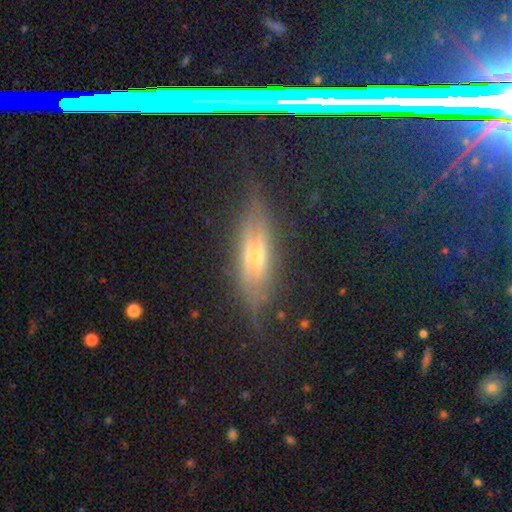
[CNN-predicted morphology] featured or disk 62%, smooth 23%, star or artifact 15%. Down the decision tree: edge-on disk — yes (83%); edge-on bulge — rounded (81%); merging — none (78%).